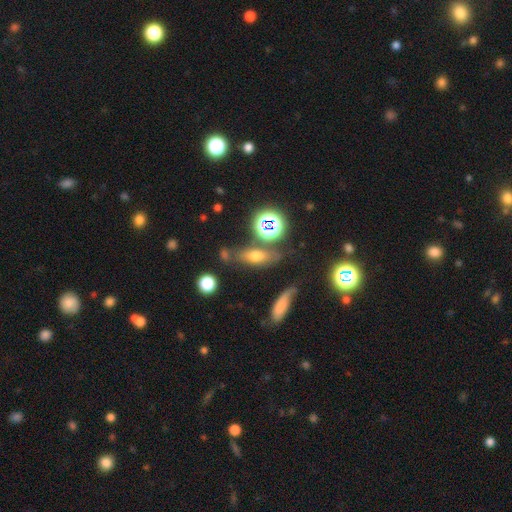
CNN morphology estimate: This appears to be a smooth galaxy with no disk features (56%) that is in between round and cigar-shaped (54%). Merging: none (65%).